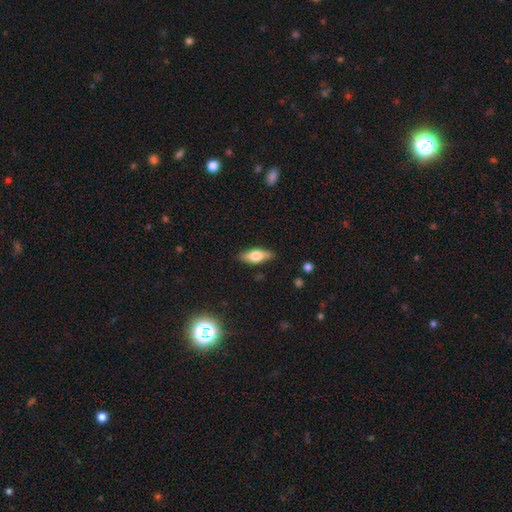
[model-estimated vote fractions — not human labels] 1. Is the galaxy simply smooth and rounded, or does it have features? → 59% smooth, 34% featured or disk, 7% star or artifact.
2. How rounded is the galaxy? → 66% in between, 31% cigar-shaped, 3% round.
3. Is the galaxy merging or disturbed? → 86% none, 10% minor disturbance, 2% major disturbance, 1% merger.